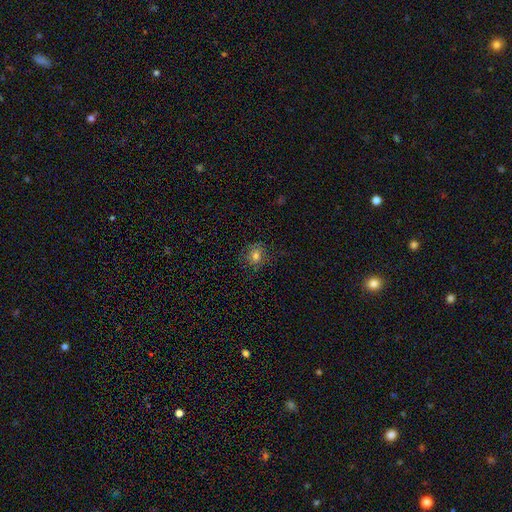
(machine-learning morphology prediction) Smooth or featured?
  - smooth: 72% *
  - star or artifact: 16%
  - featured or disk: 12%
How rounded?
  - round: 78% *
  - in between: 20%
  - cigar-shaped: 1%
Merging?
  - none: 77% *
  - minor disturbance: 16%
  - major disturbance: 6%
  - merger: 1%